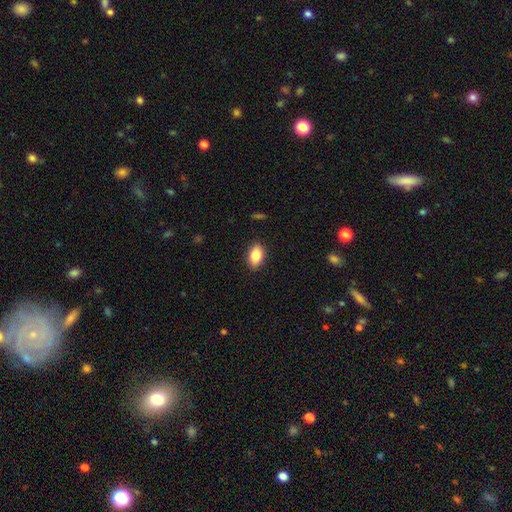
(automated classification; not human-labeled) This is clearly a smooth galaxy (84%). How rounded: clearly in between (88%). Merging: clearly none (87%).